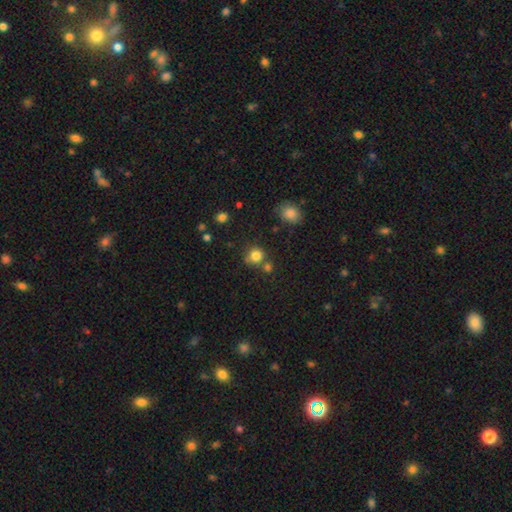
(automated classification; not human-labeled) Smooth or featured? smooth (81%)
How rounded? round (89%)
Merging? none (66%)